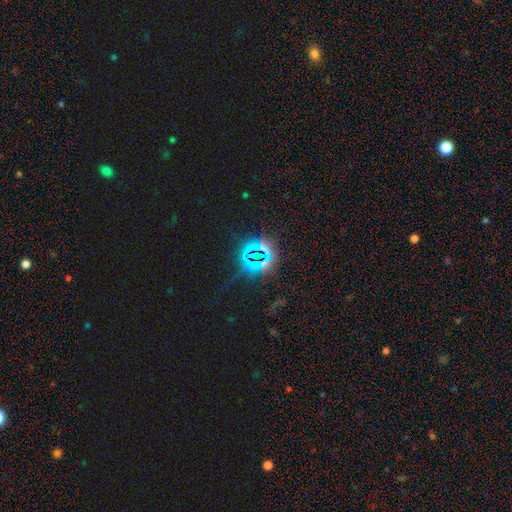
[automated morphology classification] smooth_or_featured: star or artifact (p=0.81) [alt: smooth p=0.12]